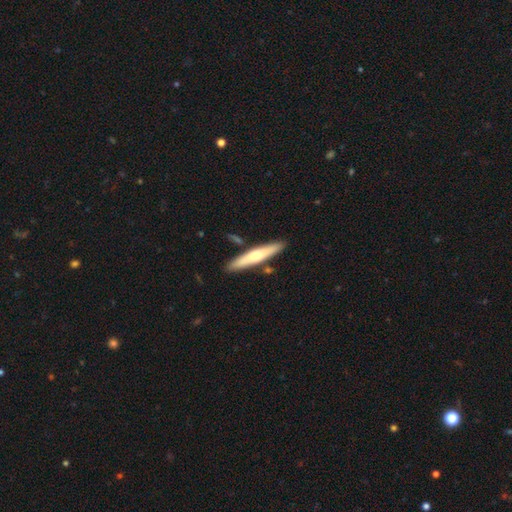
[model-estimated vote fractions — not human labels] This is possibly a smooth galaxy (53%). How rounded: clearly cigar-shaped (88%). Merging: clearly none (85%).